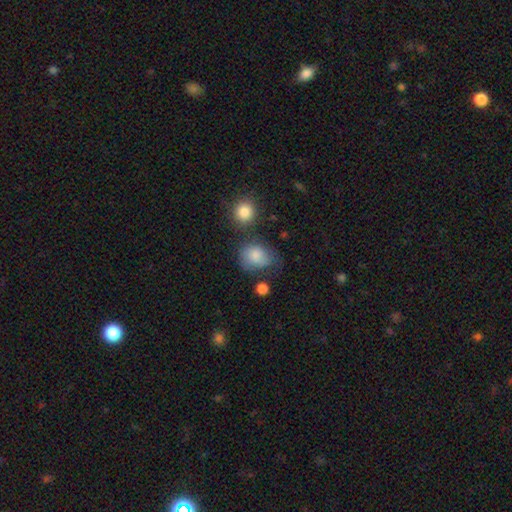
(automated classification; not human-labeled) A smooth galaxy with no disk features (78%) that is round (52%).

Vote fractions:
- Smooth or featured? smooth: 78% / featured or disk: 12% / star or artifact: 9%
- How rounded? round: 52% / in between: 47% / cigar-shaped: 1%
- Merging? none: 46% / minor disturbance: 30% / major disturbance: 16% / merger: 8%